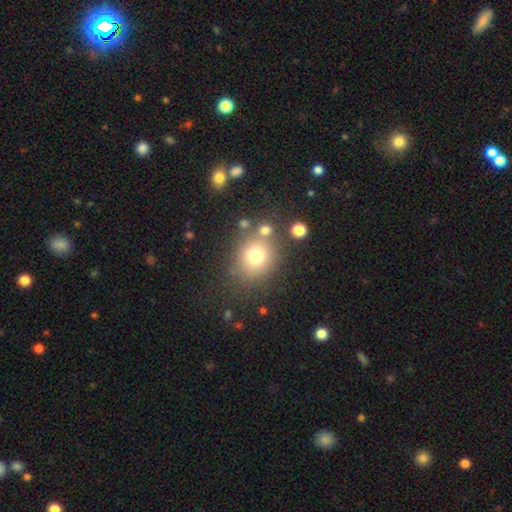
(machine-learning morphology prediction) smooth 73%, star or artifact 15%, featured or disk 12%. Down the decision tree: how rounded — round (74%); merging — none (69%).